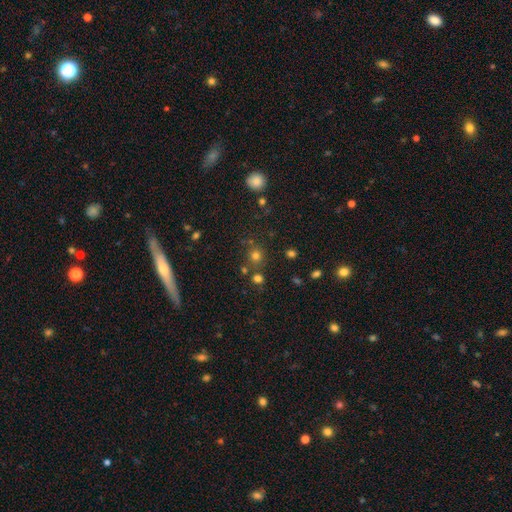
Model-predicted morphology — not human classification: This is likely a smooth galaxy (72%). How rounded: clearly round (89%). Merging: likely none (76%).